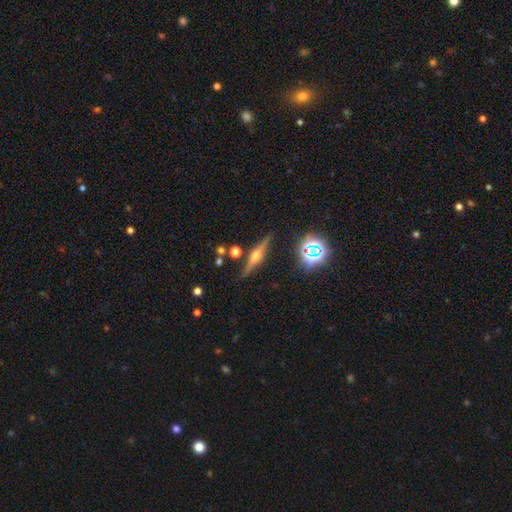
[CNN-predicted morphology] This appears to be a featured or disk galaxy (71%) viewed edge-on (96%) with a rounded central bulge (92%). Merging: none (86%).